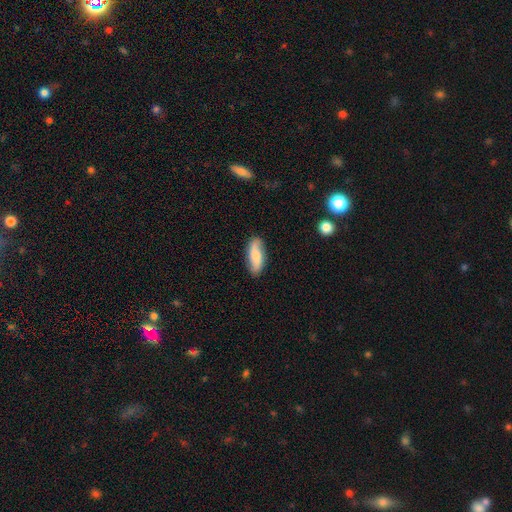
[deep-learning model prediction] Smooth or featured?
  - smooth: 60% *
  - featured or disk: 33%
  - star or artifact: 7%
How rounded?
  - in between: 75% *
  - cigar-shaped: 22%
  - round: 3%
Merging?
  - none: 83% *
  - minor disturbance: 13%
  - major disturbance: 3%
  - merger: 1%